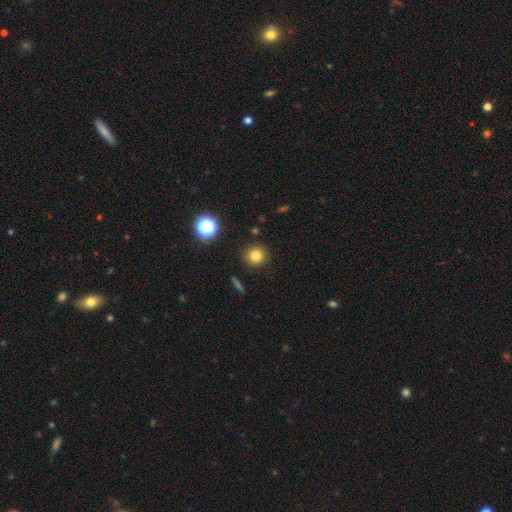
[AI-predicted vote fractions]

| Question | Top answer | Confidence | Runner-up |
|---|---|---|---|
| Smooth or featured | smooth | 80% | star or artifact (14%) |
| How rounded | round | 92% | in between (7%) |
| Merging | none | 90% | minor disturbance (6%) |